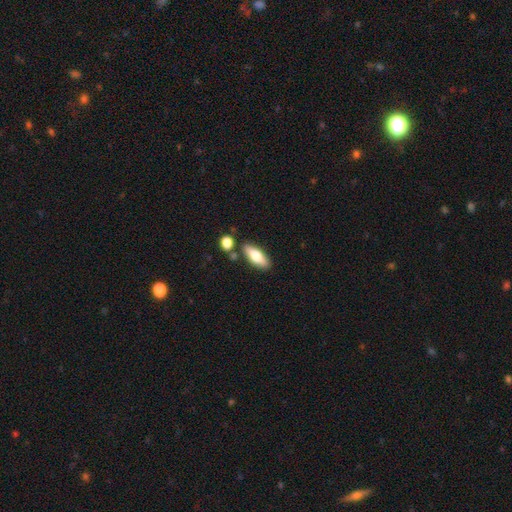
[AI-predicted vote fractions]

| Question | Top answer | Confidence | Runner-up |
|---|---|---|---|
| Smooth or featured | smooth | 69% | featured or disk (24%) |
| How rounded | in between | 69% | cigar-shaped (28%) |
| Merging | none | 78% | minor disturbance (11%) |